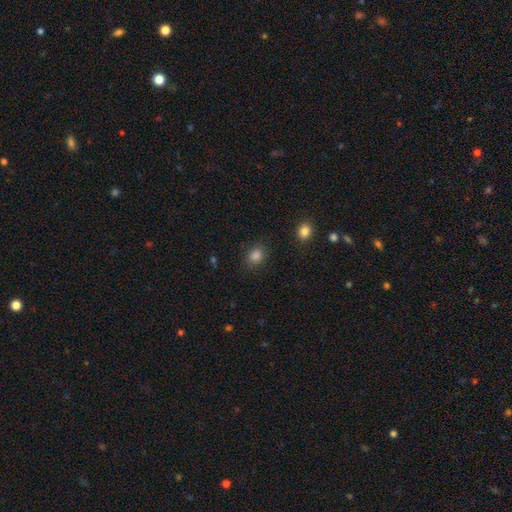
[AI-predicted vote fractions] smooth 84%, star or artifact 12%, featured or disk 4%. Down the decision tree: how rounded — round (58%); merging — none (84%).